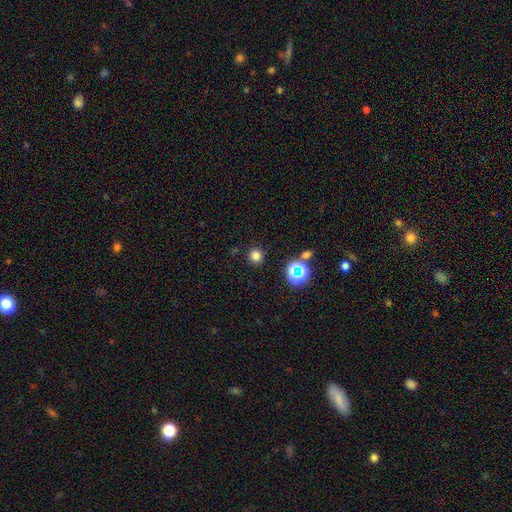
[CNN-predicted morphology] smooth_or_featured: smooth (p=0.76) [alt: star or artifact p=0.19]
how_rounded: round (p=0.93) [alt: in between p=0.06]
merging: none (p=0.89) [alt: minor disturbance p=0.06]